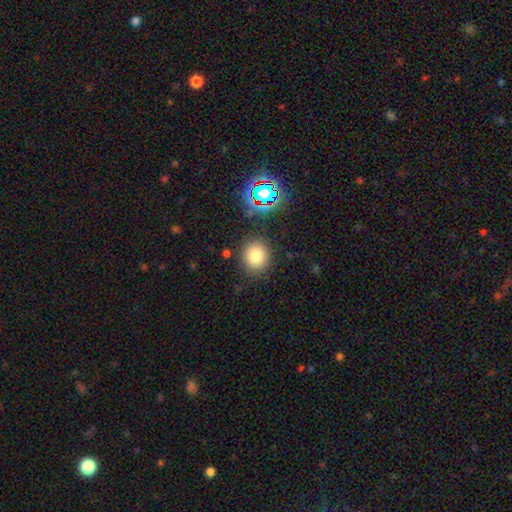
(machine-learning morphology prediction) Smooth or featured? Predicted: smooth (p=0.78). How rounded? Predicted: round (p=0.83). Merging? Predicted: none (p=0.83).